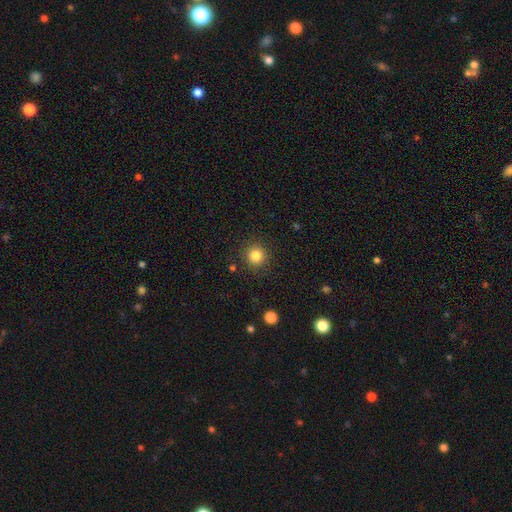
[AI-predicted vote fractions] Smooth or featured?
  - smooth: 84% *
  - star or artifact: 11%
  - featured or disk: 5%
How rounded?
  - round: 93% *
  - in between: 6%
  - cigar-shaped: 1%
Merging?
  - none: 89% *
  - minor disturbance: 7%
  - major disturbance: 3%
  - merger: 1%